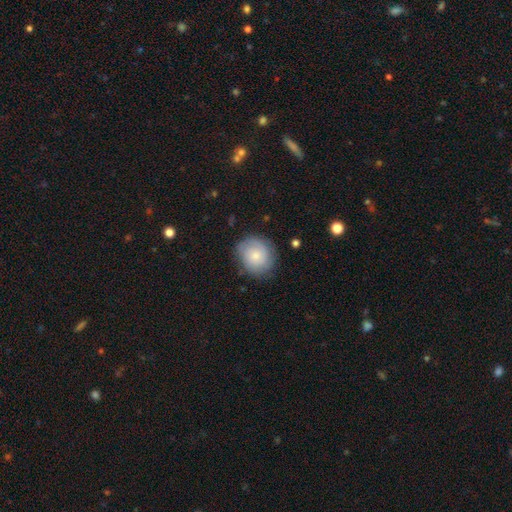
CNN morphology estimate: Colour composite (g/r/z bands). It shows a smooth galaxy with no disk features (57%) that is round (77%). Merging: none (78%).